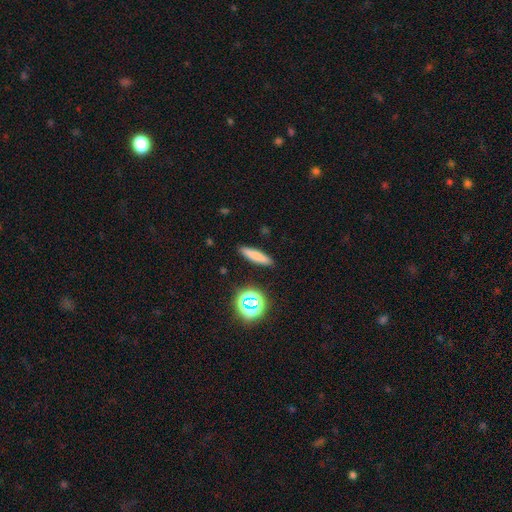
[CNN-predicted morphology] smooth-or-featured: smooth: 73% | featured or disk: 13% | star or artifact: 13%
  how-rounded: cigar-shaped: 83% | in between: 14% | round: 4%
  merging: none: 90% | minor disturbance: 7% | major disturbance: 2% | merger: 2%